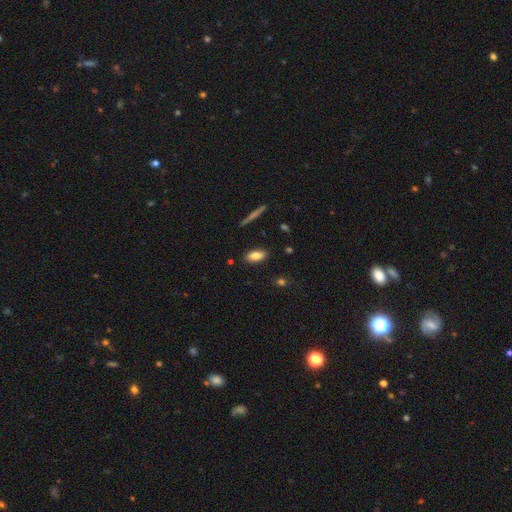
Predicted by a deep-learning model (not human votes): A smooth galaxy with no disk features (81%) that is in between round and cigar-shaped (83%).

Vote fractions:
- Smooth or featured? smooth: 81% / featured or disk: 12% / star or artifact: 7%
- How rounded? in between: 83% / cigar-shaped: 14% / round: 3%
- Merging? none: 87% / minor disturbance: 9% / major disturbance: 2% / merger: 2%